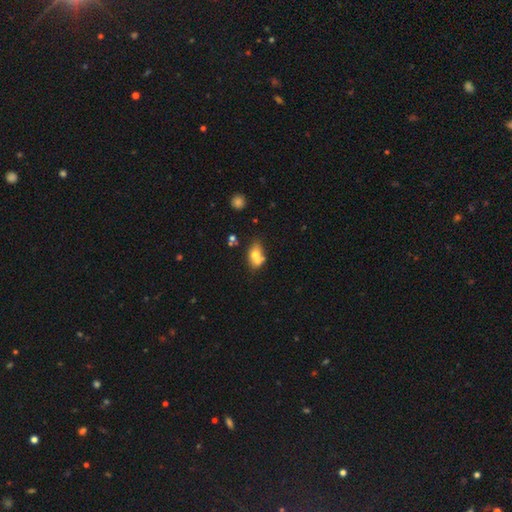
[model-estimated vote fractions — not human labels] Morphology: type=smooth (65%); roundness=in between (73%); merging=merger (47%).